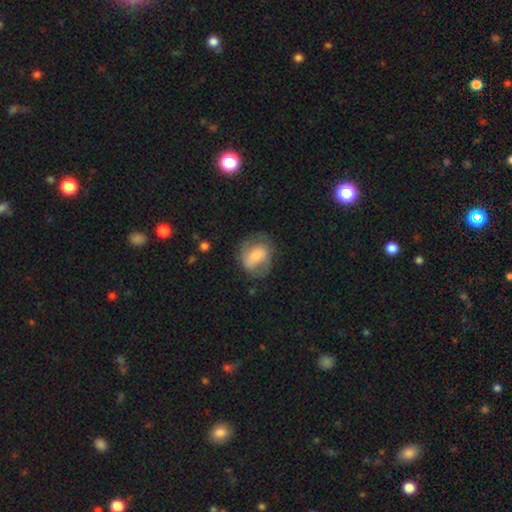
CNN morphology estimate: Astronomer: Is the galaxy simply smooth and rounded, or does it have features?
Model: featured or disk — 48% (runner-up: smooth, 44%).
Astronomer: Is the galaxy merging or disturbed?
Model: none — 65%.